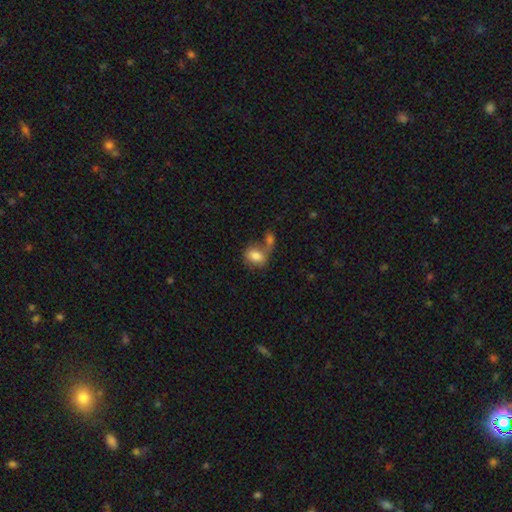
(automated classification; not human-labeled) This is likely a smooth galaxy (78%). How rounded: likely in between (67%). Merging: possibly merger (48%).